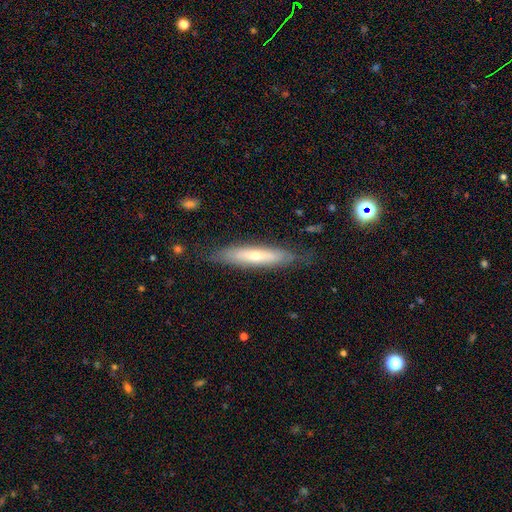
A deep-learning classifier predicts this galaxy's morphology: smooth_or_featured: featured or disk (p=0.48) [alt: smooth p=0.46]
merging: none (p=0.78) [alt: minor disturbance p=0.16]